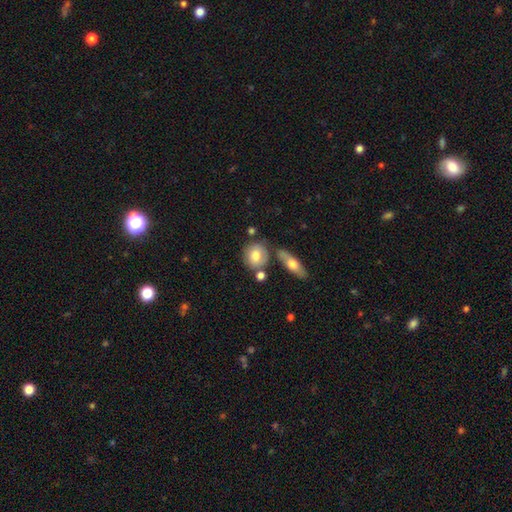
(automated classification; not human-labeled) Smooth or featured?
  - smooth: 75% *
  - featured or disk: 18%
  - star or artifact: 7%
How rounded?
  - round: 70% *
  - in between: 27%
  - cigar-shaped: 3%
Merging?
  - none: 67% *
  - merger: 15%
  - minor disturbance: 14%
  - major disturbance: 4%